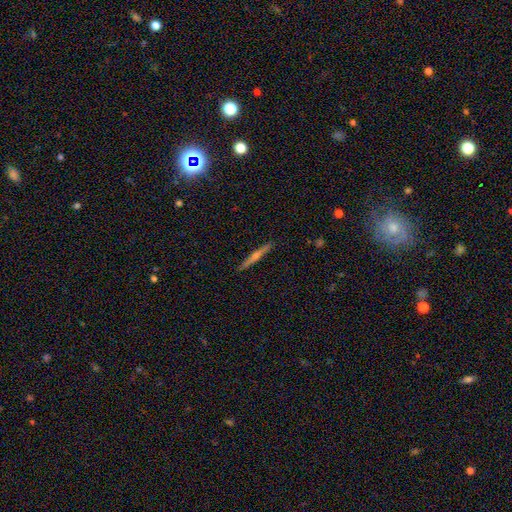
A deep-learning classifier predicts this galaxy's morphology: Smooth or featured? featured or disk (60%)
Edge-on disk? yes (98%)
Edge-on bulge? rounded (66%)
Merging? none (91%)